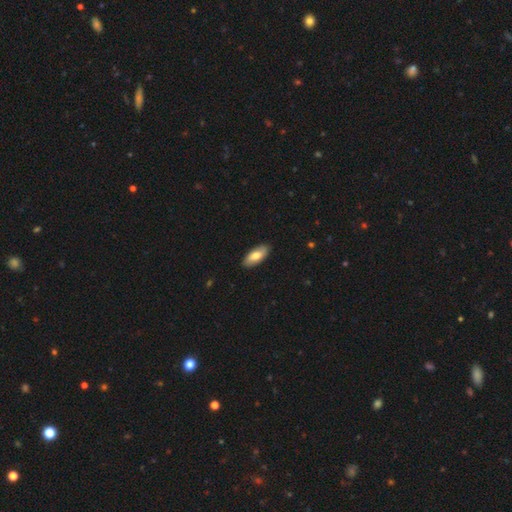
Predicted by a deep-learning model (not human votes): Morphology: type=smooth (73%); roundness=in between (86%); merging=none (89%).